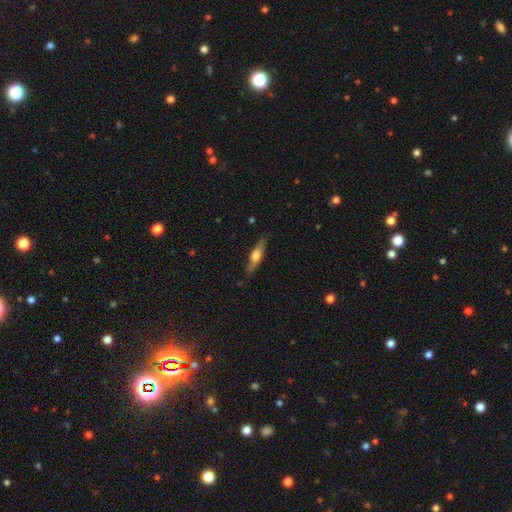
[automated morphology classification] A featured or disk galaxy (56%) viewed edge-on (93%) with a rounded central bulge (87%).

Vote fractions:
- Smooth or featured? featured or disk: 56% / smooth: 38% / star or artifact: 6%
- Edge-on disk? yes: 93% / no: 7%
- Edge-on bulge? rounded: 87% / boxy: 10% / none: 3%
- Merging? none: 84% / minor disturbance: 12% / major disturbance: 3% / merger: 1%